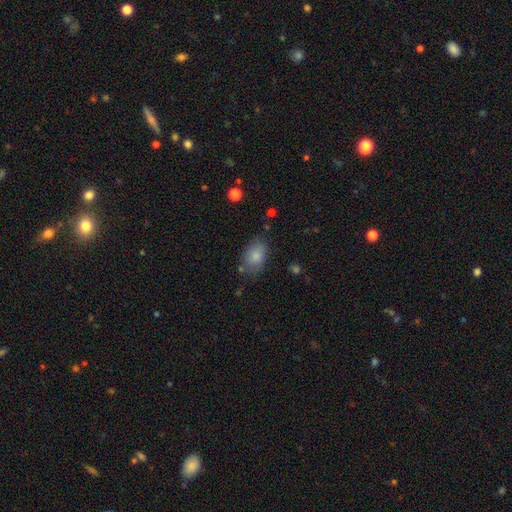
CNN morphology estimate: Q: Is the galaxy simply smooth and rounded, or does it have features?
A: smooth — 83%.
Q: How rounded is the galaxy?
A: in between — 86%.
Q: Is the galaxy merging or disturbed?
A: none — 70%.